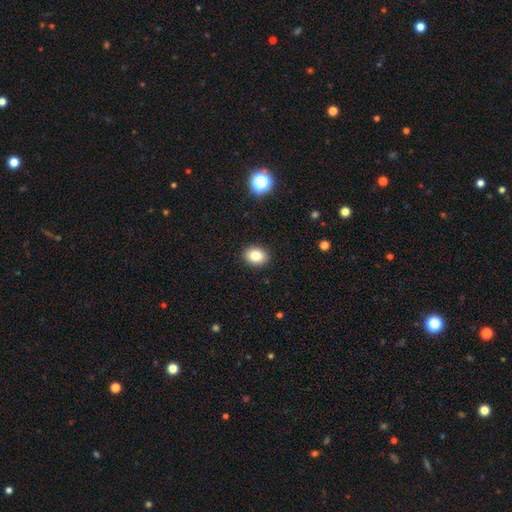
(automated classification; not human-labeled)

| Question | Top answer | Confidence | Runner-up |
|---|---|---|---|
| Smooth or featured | smooth | 83% | star or artifact (10%) |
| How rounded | in between | 61% | round (38%) |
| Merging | none | 90% | minor disturbance (7%) |